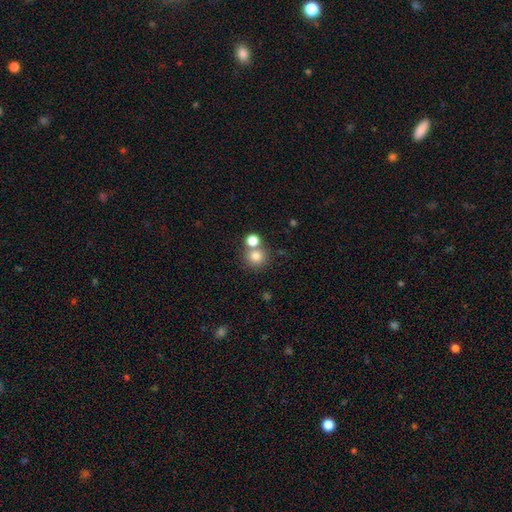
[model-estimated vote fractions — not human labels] This appears to be a smooth galaxy with no disk features (80%) that is round (91%). Merging: none (58%).